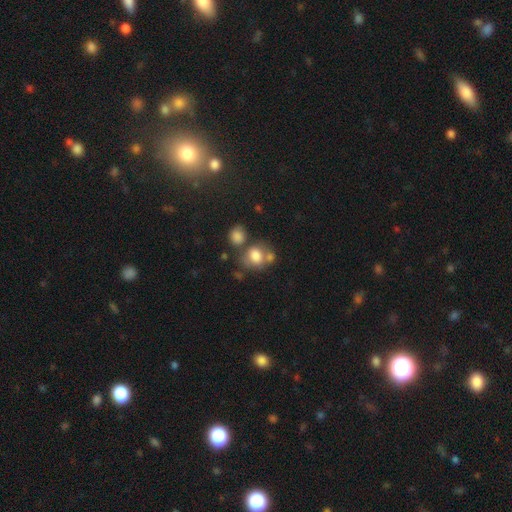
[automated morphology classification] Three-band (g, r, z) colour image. It shows a smooth galaxy with no disk features (73%) that is round (55%). Merging: none (45%).